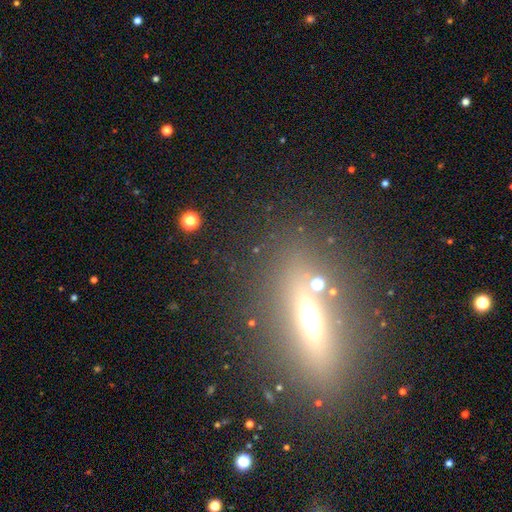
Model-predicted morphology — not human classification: This is possibly a featured or disk galaxy (47%). Merging: clearly none (82%).